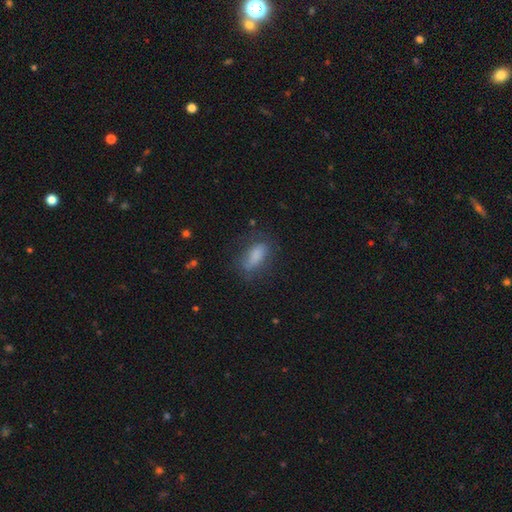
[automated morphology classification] Smooth or featured? smooth (77%)
How rounded? in between (78%)
Merging? none (64%)